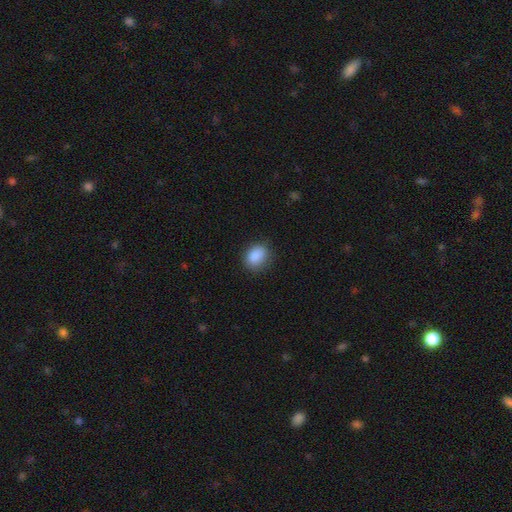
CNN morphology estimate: Q: Smooth or featured?
A: smooth (88%); runner-up: star or artifact (8%)
Q: How rounded?
A: in between (62%); runner-up: round (36%)
Q: Merging?
A: none (80%); runner-up: minor disturbance (15%)